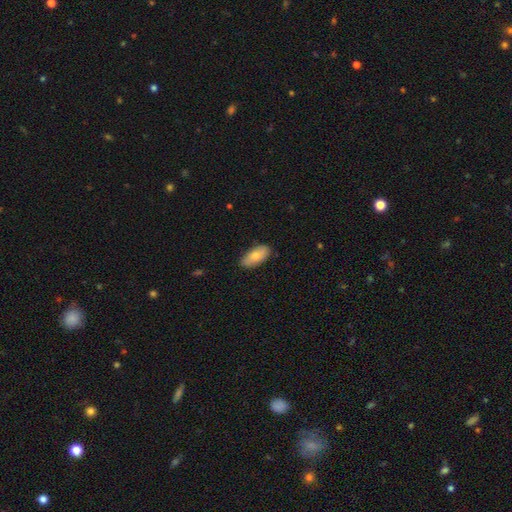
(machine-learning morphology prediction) smooth-or-featured: smooth: 77% | featured or disk: 17% | star or artifact: 6%
  how-rounded: in between: 91% | cigar-shaped: 7% | round: 2%
  merging: none: 83% | minor disturbance: 14% | major disturbance: 2% | merger: 1%